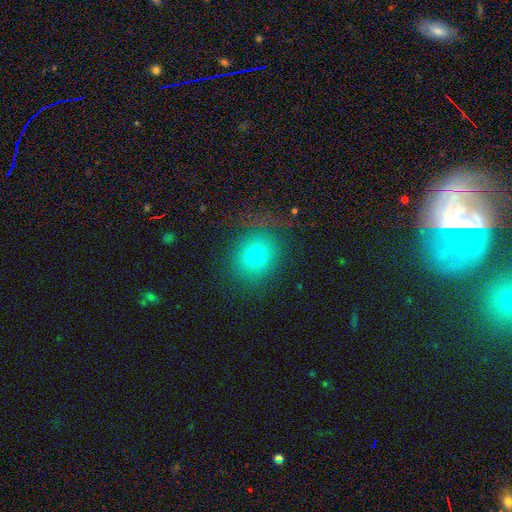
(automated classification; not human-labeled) Smooth or featured?
  - smooth: 74% *
  - star or artifact: 15%
  - featured or disk: 11%
How rounded?
  - round: 79% *
  - in between: 20%
  - cigar-shaped: 1%
Merging?
  - none: 78% *
  - minor disturbance: 13%
  - major disturbance: 7%
  - merger: 2%